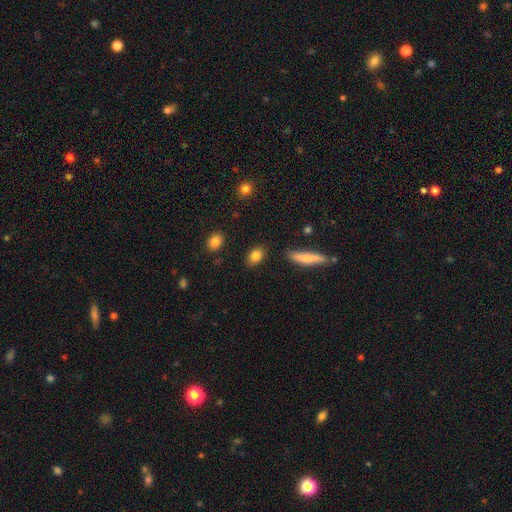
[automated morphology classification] This is clearly a smooth galaxy (83%). How rounded: likely in between (79%). Merging: clearly none (86%).